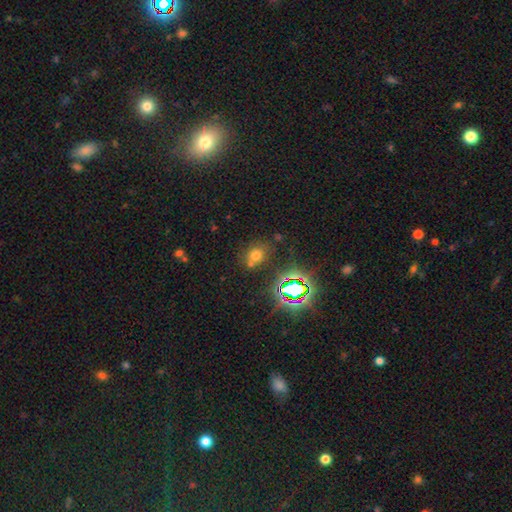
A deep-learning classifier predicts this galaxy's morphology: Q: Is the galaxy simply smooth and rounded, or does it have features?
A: smooth — 60%.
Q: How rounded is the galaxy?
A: round — 62%.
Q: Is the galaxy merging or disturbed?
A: none — 66%.